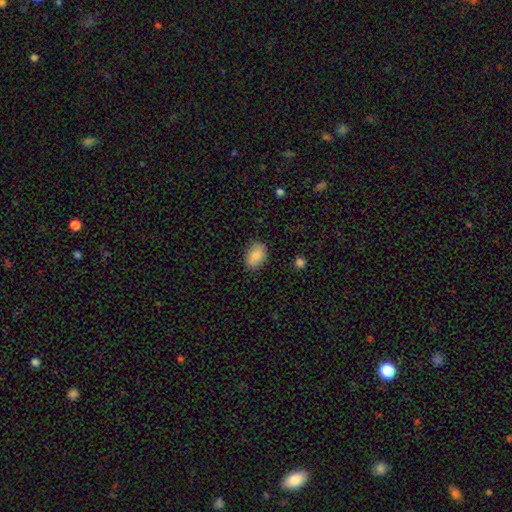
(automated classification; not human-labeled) A smooth galaxy with no disk features (85%) that is in between round and cigar-shaped (84%). Merging: none (83%).